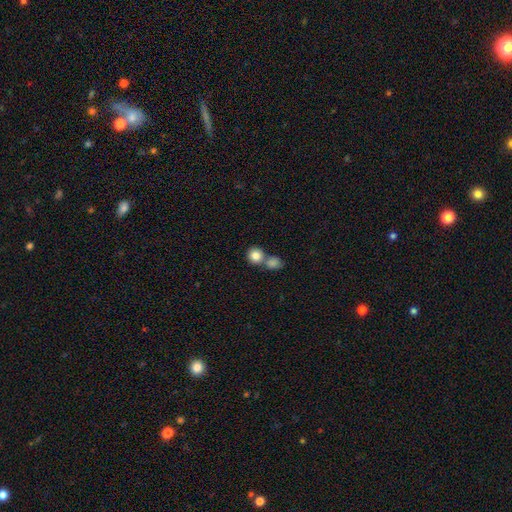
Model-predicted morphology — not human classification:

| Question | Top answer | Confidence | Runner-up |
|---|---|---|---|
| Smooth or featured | smooth | 83% | star or artifact (9%) |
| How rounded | round | 87% | in between (12%) |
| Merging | none | 49% | merger (42%) |